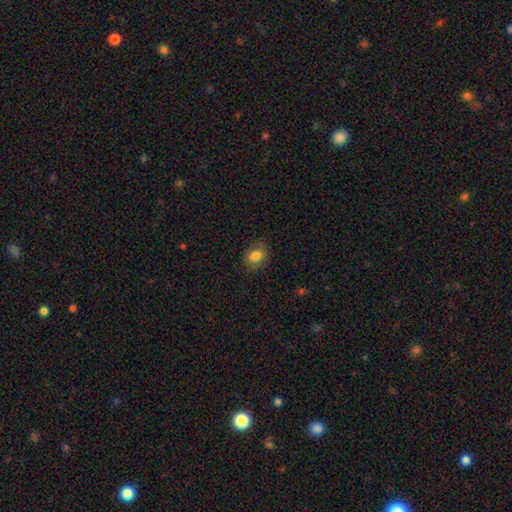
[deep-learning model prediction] A smooth galaxy with no disk features (79%) that is in between round and cigar-shaped (64%).

Vote fractions:
- Smooth or featured? smooth: 79% / featured or disk: 12% / star or artifact: 9%
- How rounded? in between: 64% / round: 34% / cigar-shaped: 1%
- Merging? none: 81% / minor disturbance: 13% / major disturbance: 4% / merger: 1%